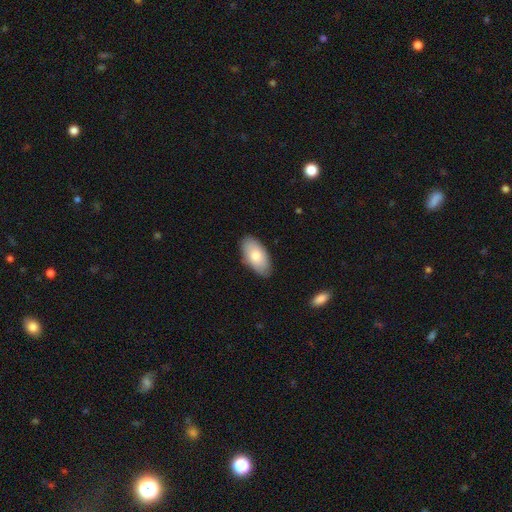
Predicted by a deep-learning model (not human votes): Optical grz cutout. It shows a smooth galaxy with no disk features (77%) that is in between round and cigar-shaped (94%). Merging: none (84%).